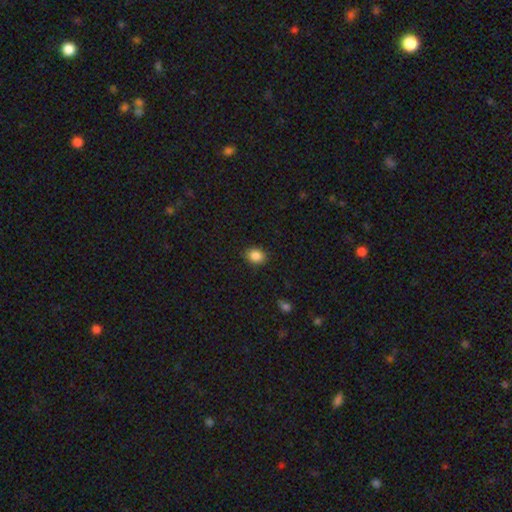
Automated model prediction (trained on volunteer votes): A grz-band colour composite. It shows a smooth galaxy with no disk features (87%) that is in between round and cigar-shaped (52%). Merging: none (88%).